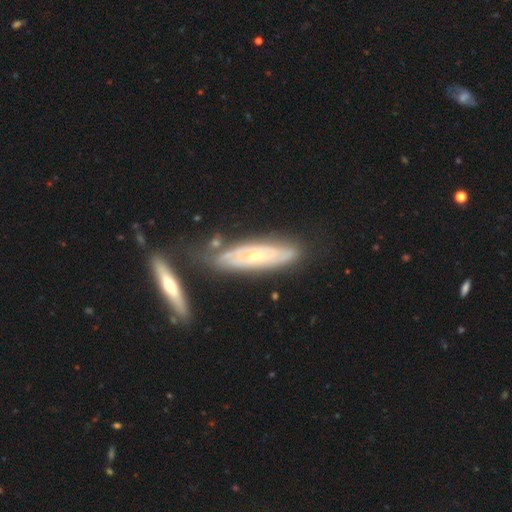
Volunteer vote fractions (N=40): Volunteers were most divided on "spiral winding": tight: 46%, medium: 38%, loose: 15%. More confident: smooth or featured — featured or disk (75%); spiral arm count — 2 (69%); spiral arms — yes (68%); merging — none (66%); edge-on disk — no (63%); bulge size — small (63%); bar — no (58%).